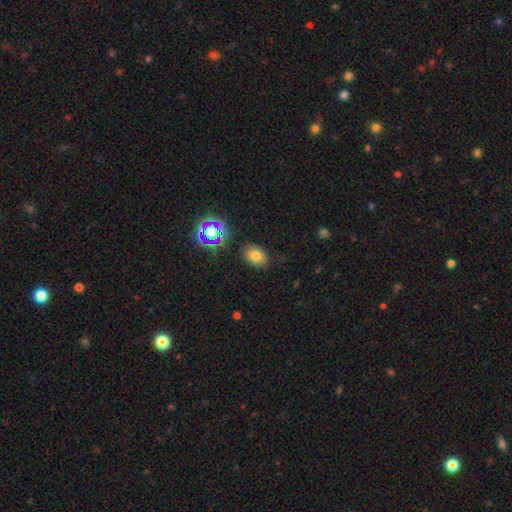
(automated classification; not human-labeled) This appears to be a smooth galaxy with no disk features (71%) that is in between round and cigar-shaped (72%). Merging: none (84%).